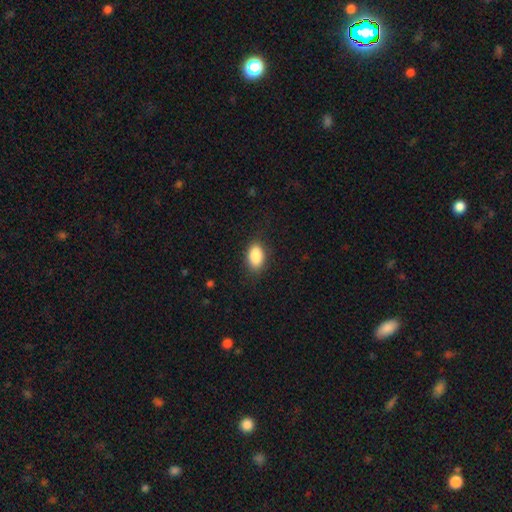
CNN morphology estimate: The model was most divided on "merging": none: 84%, minor disturbance: 12%, major disturbance: 3%, merger: 1%. More confident: how rounded — in between (89%); smooth or featured — smooth (87%).